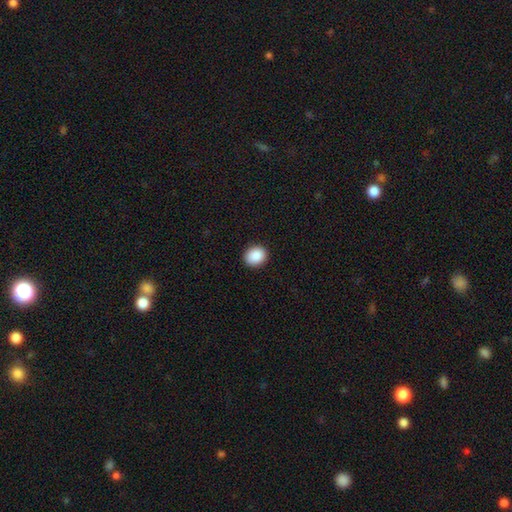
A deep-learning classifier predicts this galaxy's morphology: Smooth or featured? Predicted: smooth (p=0.89). How rounded? Predicted: round (p=0.62). Merging? Predicted: none (p=0.91).